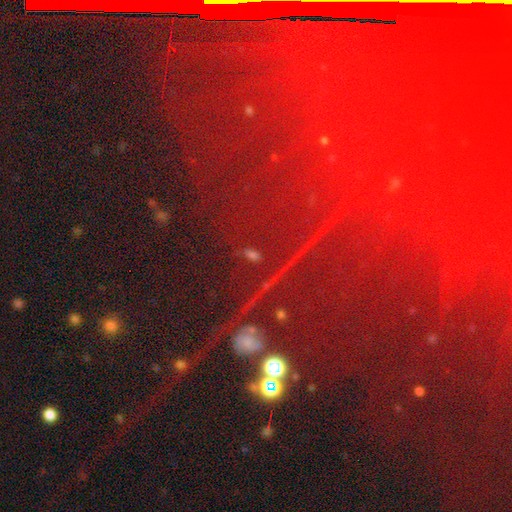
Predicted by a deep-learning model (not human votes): Morphology: type=star or artifact (83%).